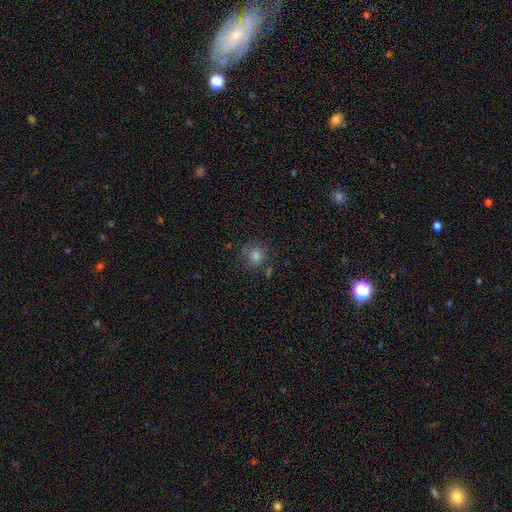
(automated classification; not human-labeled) smooth-or-featured: smooth: 74% | star or artifact: 18% | featured or disk: 9%
  how-rounded: round: 88% | in between: 11% | cigar-shaped: 1%
  merging: none: 76% | minor disturbance: 14% | merger: 6% | major disturbance: 5%